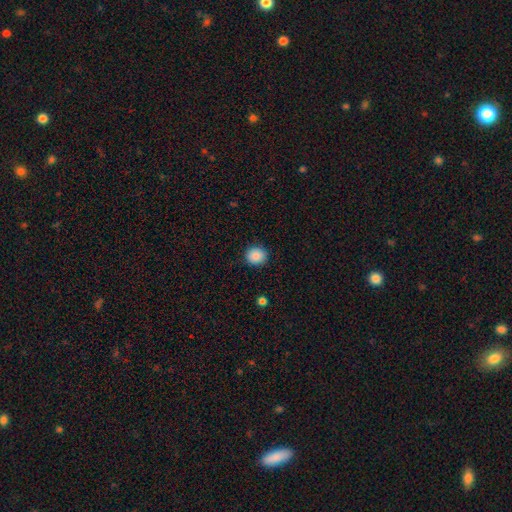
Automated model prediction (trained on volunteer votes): Q: Smooth or featured?
A: smooth (87%); runner-up: star or artifact (9%)
Q: How rounded?
A: round (83%); runner-up: in between (16%)
Q: Merging?
A: none (90%); runner-up: minor disturbance (7%)